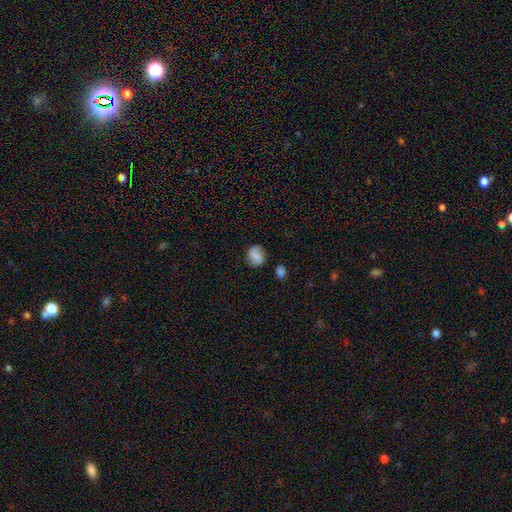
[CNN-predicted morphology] type=smooth (64%); roundness=round (69%); merging=none (75%).